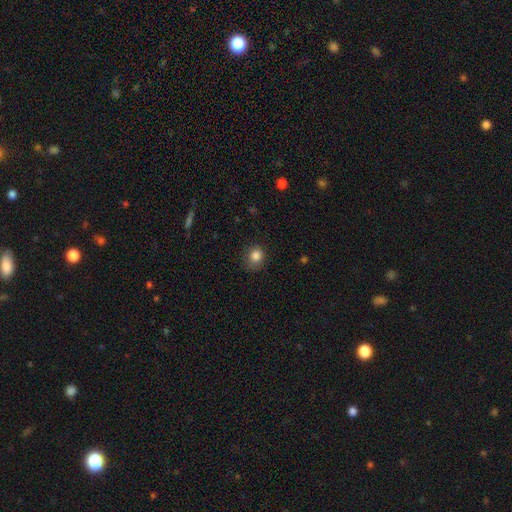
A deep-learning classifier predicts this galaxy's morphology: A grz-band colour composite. It shows a smooth galaxy with no disk features (83%) that is round (79%). Merging: none (76%).